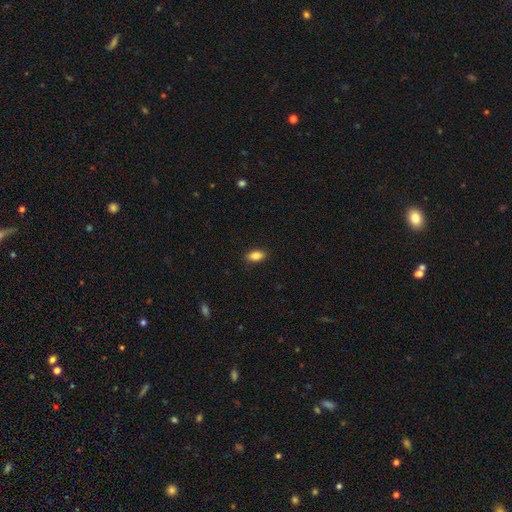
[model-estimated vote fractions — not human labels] Smooth or featured?
  - smooth: 87% *
  - star or artifact: 8%
  - featured or disk: 5%
How rounded?
  - in between: 90% *
  - round: 5%
  - cigar-shaped: 5%
Merging?
  - none: 88% *
  - minor disturbance: 9%
  - major disturbance: 2%
  - merger: 1%